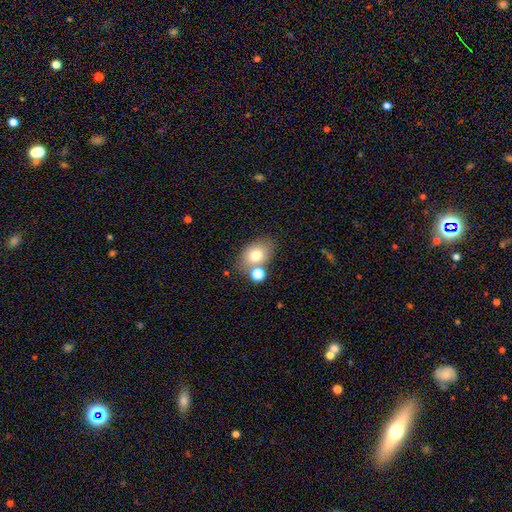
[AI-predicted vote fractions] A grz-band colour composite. It shows a smooth galaxy with no disk features (75%) that is in between round and cigar-shaped (72%). Merging: none (61%).